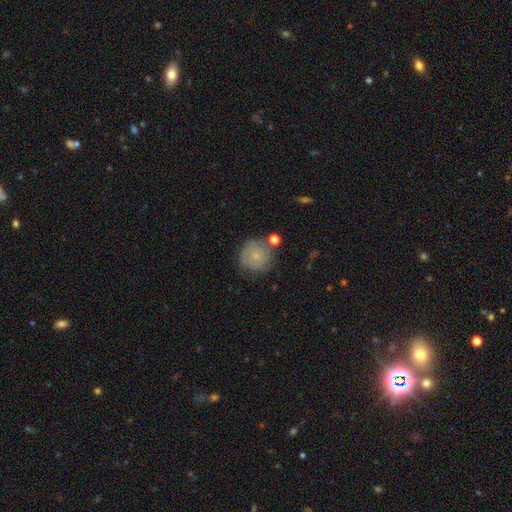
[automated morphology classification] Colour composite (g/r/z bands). It shows a smooth galaxy with no disk features (70%) that is round (93%). Merging: none (66%).